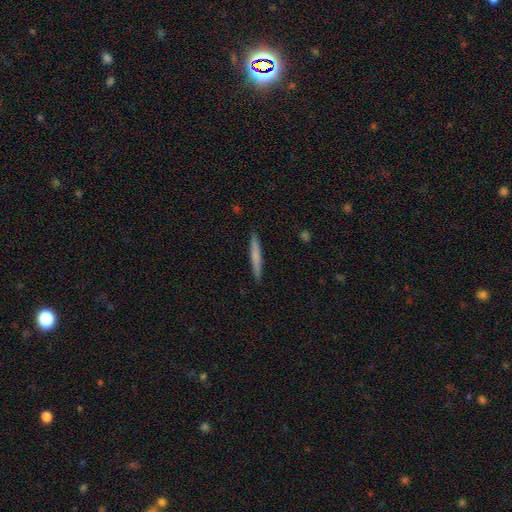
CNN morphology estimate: Smooth or featured? Predicted: smooth (p=0.67). How rounded? Predicted: cigar-shaped (p=0.96). Merging? Predicted: none (p=0.91).